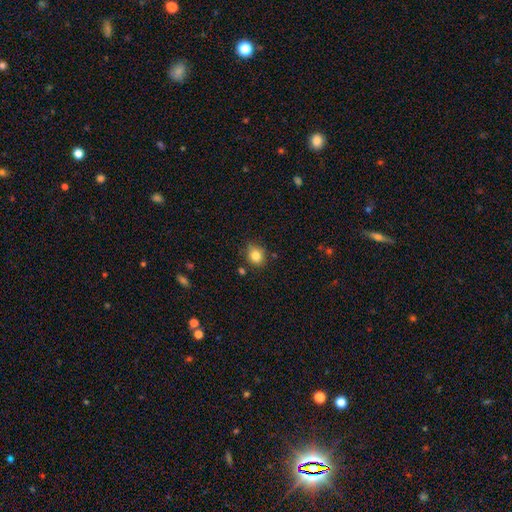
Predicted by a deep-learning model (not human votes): smooth_or_featured: smooth (p=0.83) [alt: star or artifact p=0.11]
how_rounded: round (p=0.67) [alt: in between p=0.32]
merging: none (p=0.76) [alt: minor disturbance p=0.16]